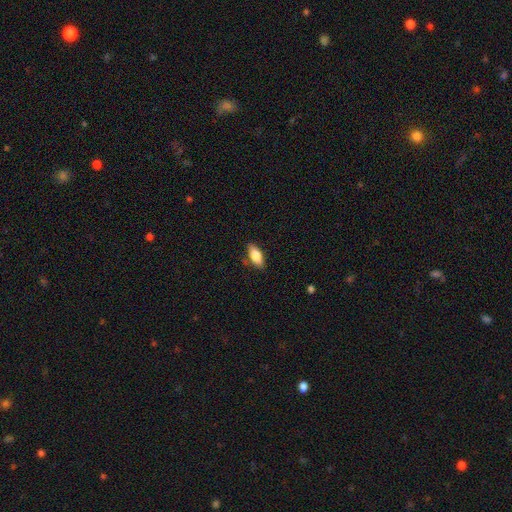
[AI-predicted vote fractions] Smooth or featured? smooth (81%)
How rounded? in between (85%)
Merging? none (83%)